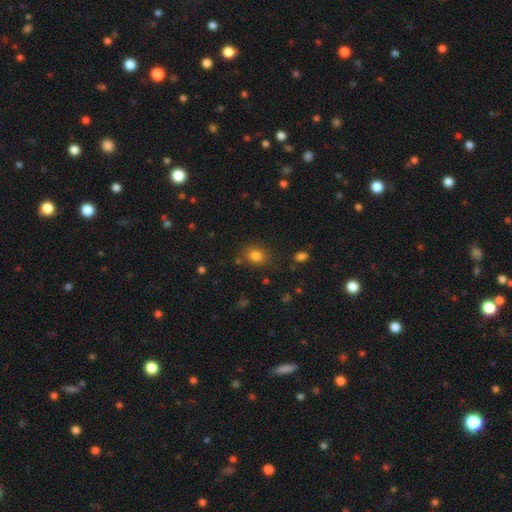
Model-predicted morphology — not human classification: type=smooth (82%); roundness=round (63%); merging=none (80%).